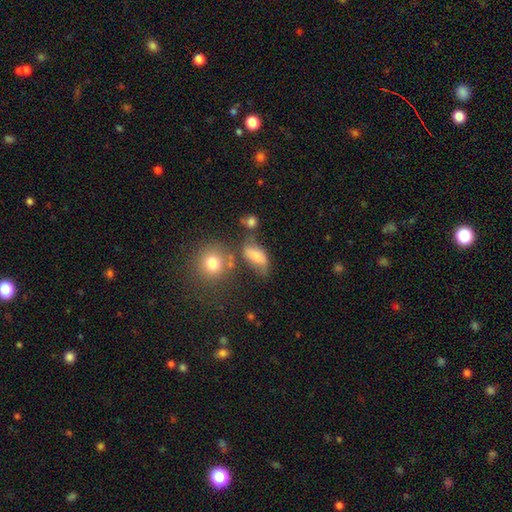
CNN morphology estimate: Q: Smooth or featured?
A: smooth (59%); runner-up: featured or disk (27%)
Q: How rounded?
A: in between (77%); runner-up: round (13%)
Q: Merging?
A: none (46%); runner-up: minor disturbance (26%)